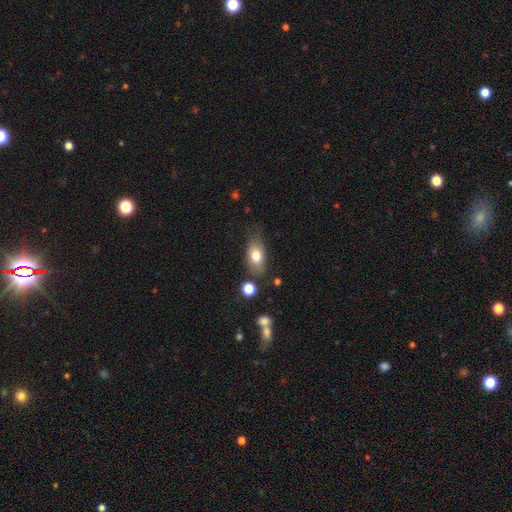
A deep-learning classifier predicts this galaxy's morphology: The model was most divided on "merging": none: 67%, minor disturbance: 22%, major disturbance: 6%, merger: 4%. More confident: how rounded — in between (85%); smooth or featured — smooth (76%).